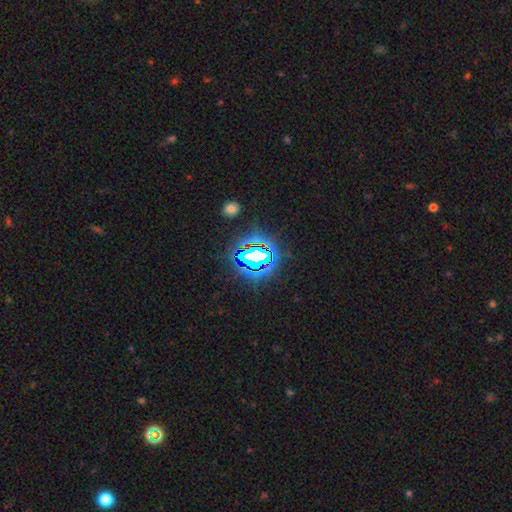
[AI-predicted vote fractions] This appears to be a star or artifact, not a galaxy (72%).